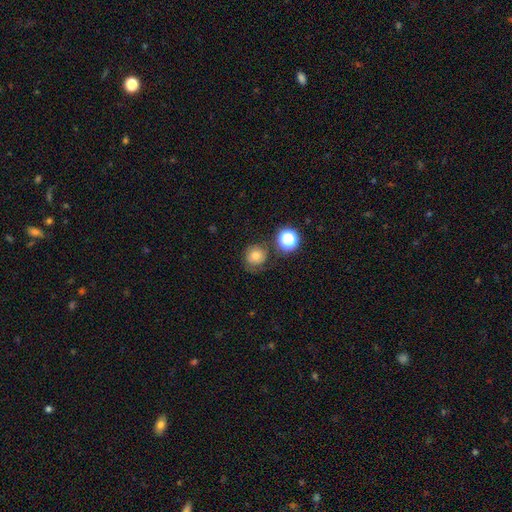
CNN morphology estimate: Overall: smooth (70%). How rounded: round (91%). Merging: none (65%).